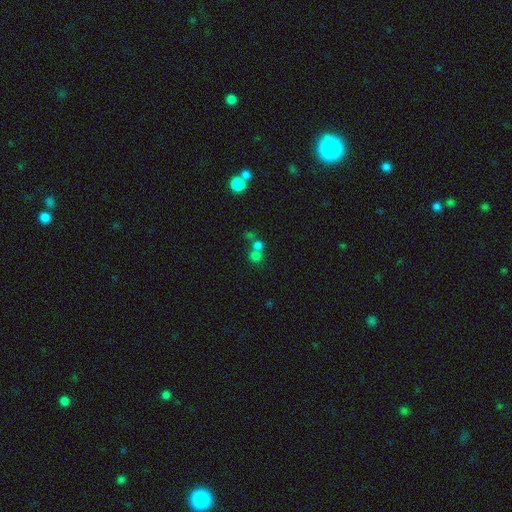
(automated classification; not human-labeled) smooth 67%, star or artifact 20%, featured or disk 13%. Down the decision tree: how rounded — round (83%); merging — merger (53%).